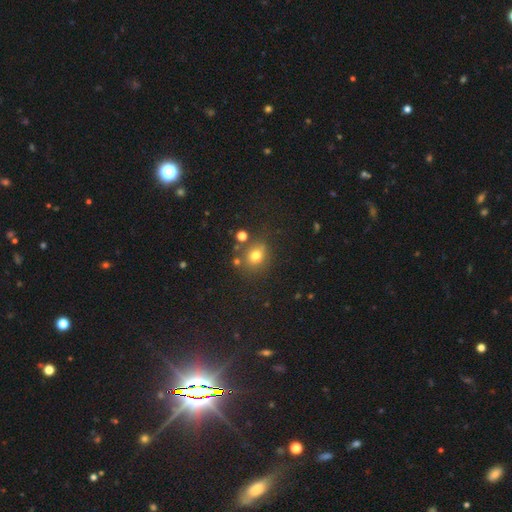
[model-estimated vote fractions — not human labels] This is likely a smooth galaxy (73%). How rounded: likely round (76%). Merging: likely none (72%).